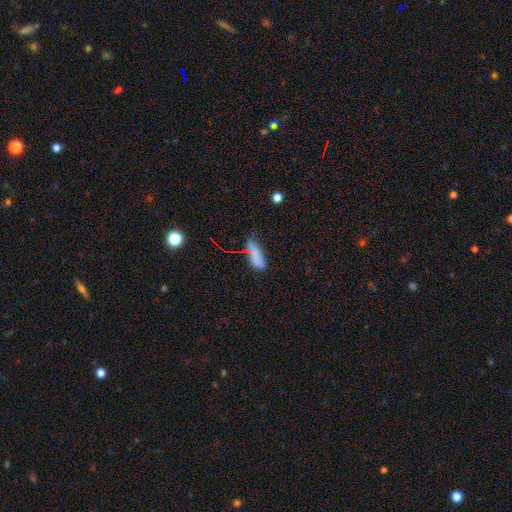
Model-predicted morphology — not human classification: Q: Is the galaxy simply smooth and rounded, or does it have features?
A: smooth — 76%.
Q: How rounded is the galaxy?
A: in between — 64%.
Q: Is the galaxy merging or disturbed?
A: none — 49%.